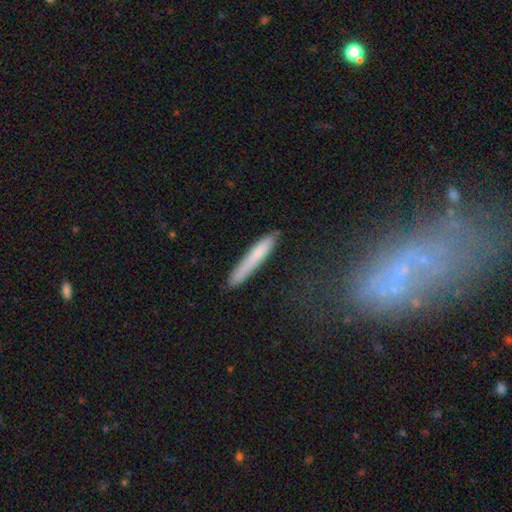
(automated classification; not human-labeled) A smooth galaxy with no disk features (72%) that is cigar-shaped (95%).

Vote fractions:
- Smooth or featured? smooth: 72% / featured or disk: 22% / star or artifact: 7%
- How rounded? cigar-shaped: 95% / in between: 3% / round: 1%
- Merging? none: 83% / minor disturbance: 13% / major disturbance: 3% / merger: 2%